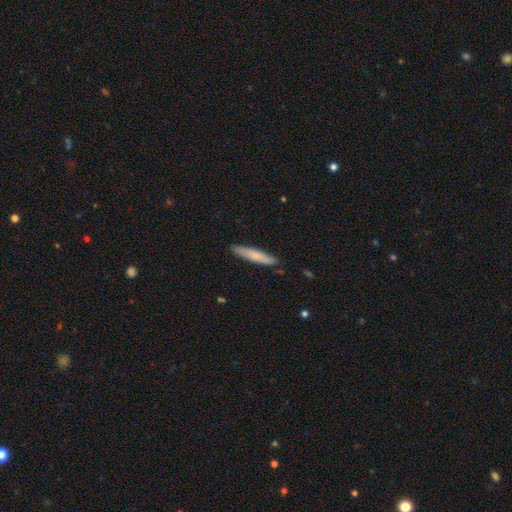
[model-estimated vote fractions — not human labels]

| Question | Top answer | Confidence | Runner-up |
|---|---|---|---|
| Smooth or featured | smooth | 73% | featured or disk (21%) |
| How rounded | cigar-shaped | 91% | in between (8%) |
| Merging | none | 87% | minor disturbance (10%) |